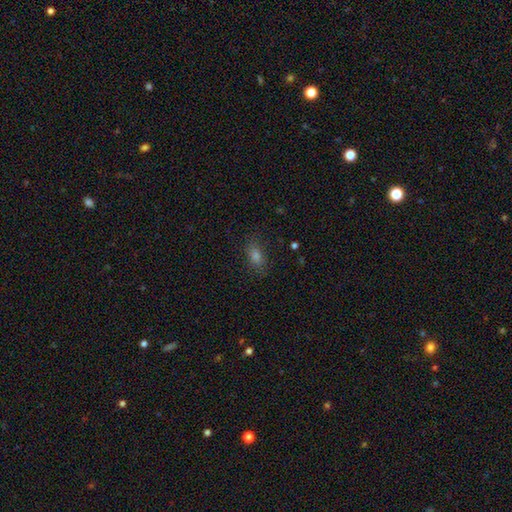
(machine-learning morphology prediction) Smooth or featured? smooth (67%)
How rounded? in between (80%)
Merging? none (83%)